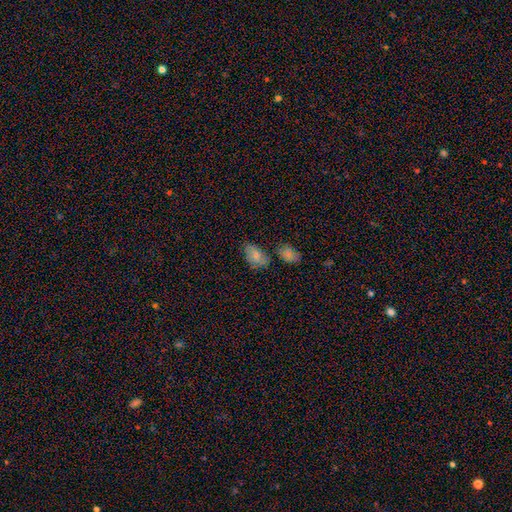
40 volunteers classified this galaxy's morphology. smooth 82%, featured or disk 12%, star or artifact 5%. Down the decision tree: how rounded — in between (91%); merging — none (53%).